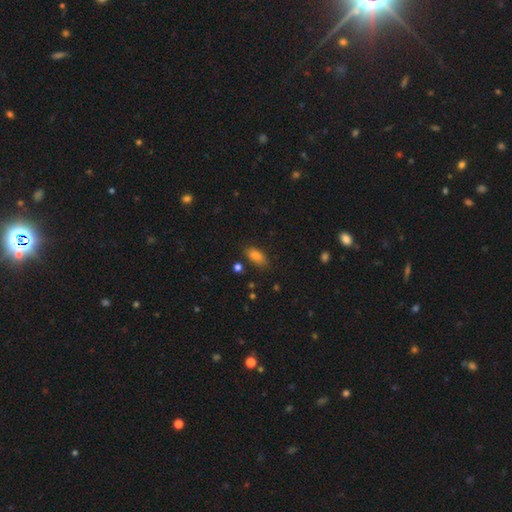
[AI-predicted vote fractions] smooth 81%, star or artifact 11%, featured or disk 8%. Down the decision tree: how rounded — in between (87%); merging — none (79%).